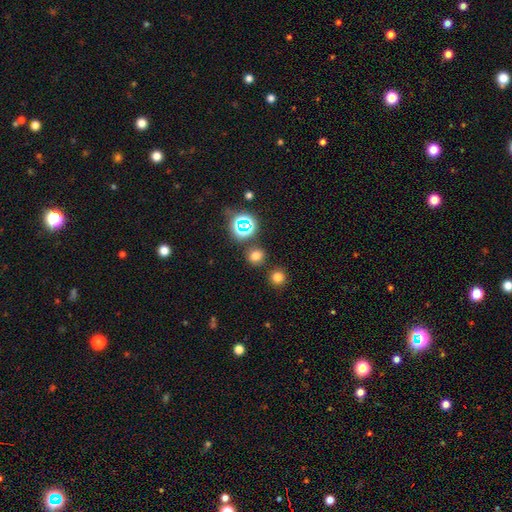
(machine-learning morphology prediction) A smooth galaxy with no disk features (68%) that is round (83%).

Vote fractions:
- Smooth or featured? smooth: 68% / star or artifact: 26% / featured or disk: 6%
- How rounded? round: 83% / in between: 16% / cigar-shaped: 1%
- Merging? none: 82% / minor disturbance: 8% / merger: 7% / major disturbance: 3%